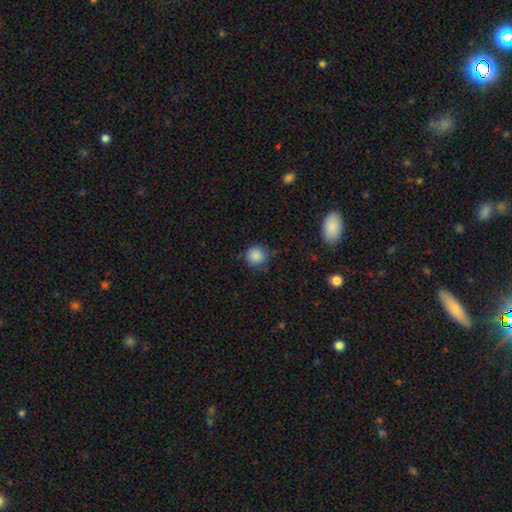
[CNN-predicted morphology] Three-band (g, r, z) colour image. It shows a smooth galaxy with no disk features (86%) that is round (93%). Merging: none (77%).